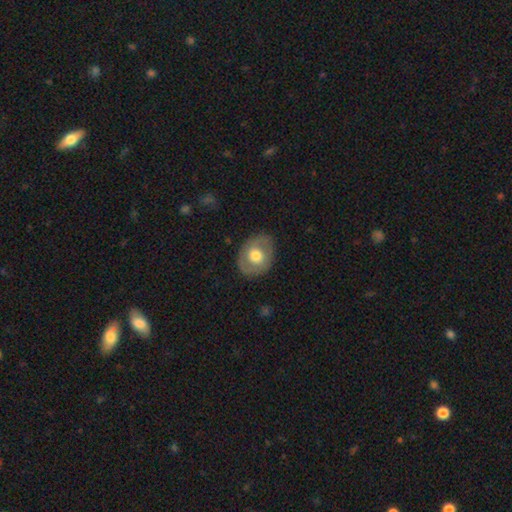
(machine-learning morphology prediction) Overall: smooth (53%; featured or disk 41%). How rounded: round (51%; in between 48%). Merging: none (81%).